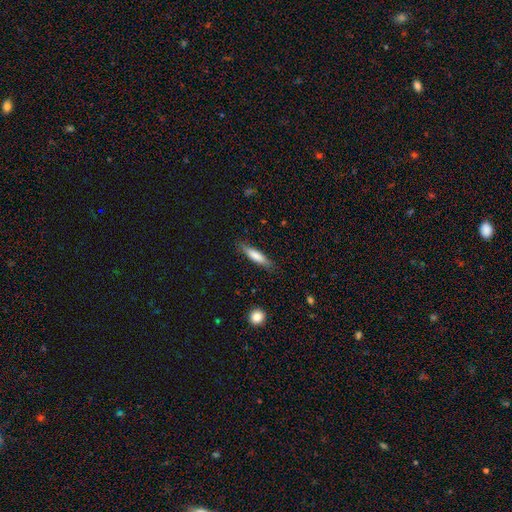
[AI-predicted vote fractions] Overall: smooth (75%). How rounded: cigar-shaped (77%). Merging: none (83%).